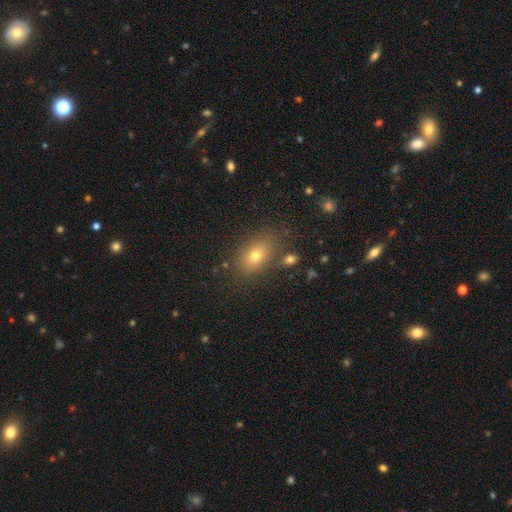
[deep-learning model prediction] This appears to be a smooth galaxy with no disk features (72%) that is in between round and cigar-shaped (79%). Merging: none (78%).